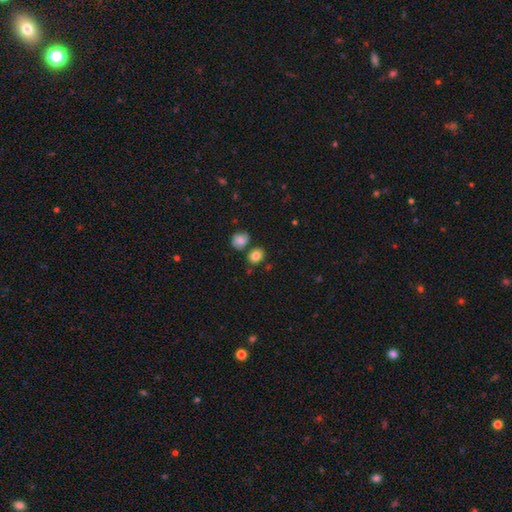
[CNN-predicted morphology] smooth 84%, star or artifact 9%, featured or disk 7%. Down the decision tree: how rounded — round (50%); merging — none (70%).